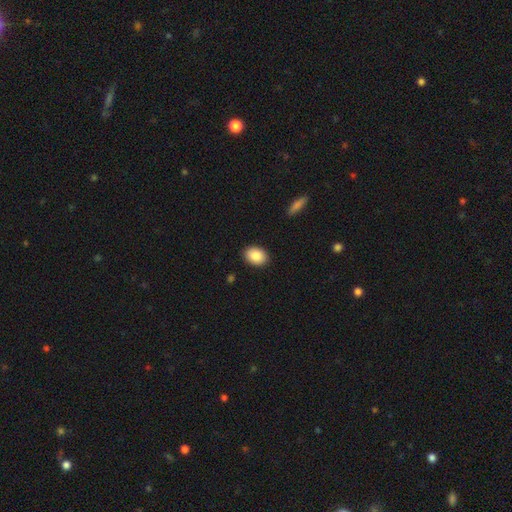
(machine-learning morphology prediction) smooth_or_featured: smooth (p=0.88) [alt: star or artifact p=0.07]
how_rounded: in between (p=0.75) [alt: round p=0.24]
merging: none (p=0.90) [alt: minor disturbance p=0.07]